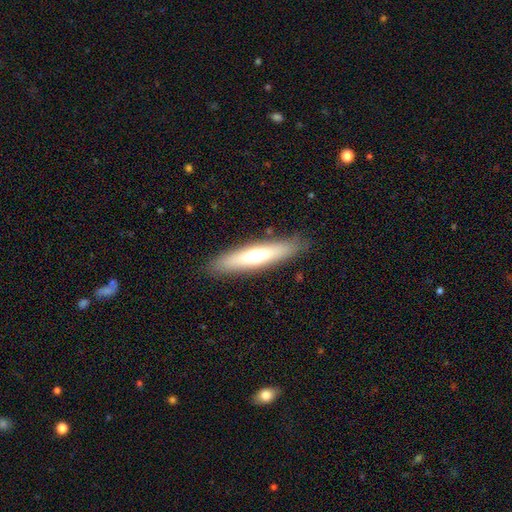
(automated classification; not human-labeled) Smooth or featured?
  - smooth: 57% *
  - featured or disk: 37%
  - star or artifact: 6%
How rounded?
  - cigar-shaped: 83% *
  - in between: 16%
  - round: 1%
Merging?
  - none: 88% *
  - minor disturbance: 9%
  - major disturbance: 2%
  - merger: 1%